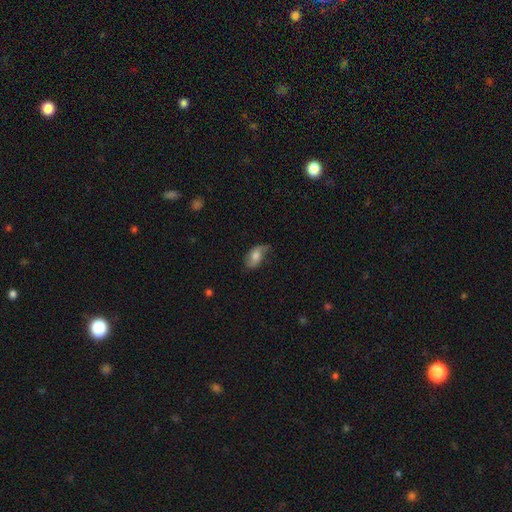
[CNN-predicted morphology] A smooth galaxy with no disk features (55%) that is in between round and cigar-shaped (89%). Merging: none (50%).